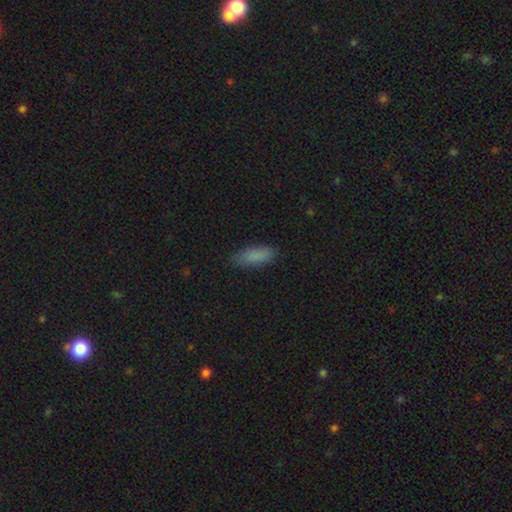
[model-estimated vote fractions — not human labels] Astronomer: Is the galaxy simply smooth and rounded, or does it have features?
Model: smooth — 87%.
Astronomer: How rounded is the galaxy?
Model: in between — 71%.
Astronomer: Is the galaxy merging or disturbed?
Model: none — 84%.